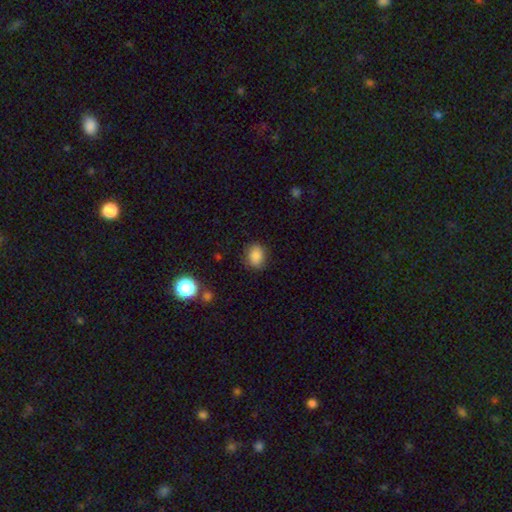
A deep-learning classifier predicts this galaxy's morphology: smooth 85%, star or artifact 9%, featured or disk 5%. Down the decision tree: how rounded — in between (52%); merging — none (79%).